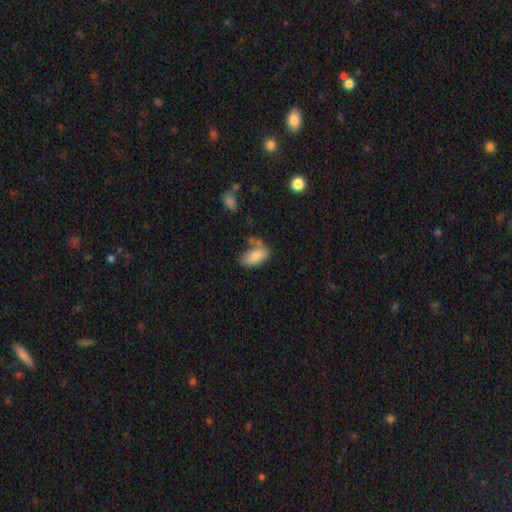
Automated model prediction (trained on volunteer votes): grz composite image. It shows a smooth galaxy with no disk features (84%) that is in between round and cigar-shaped (92%). Merging: none (59%).